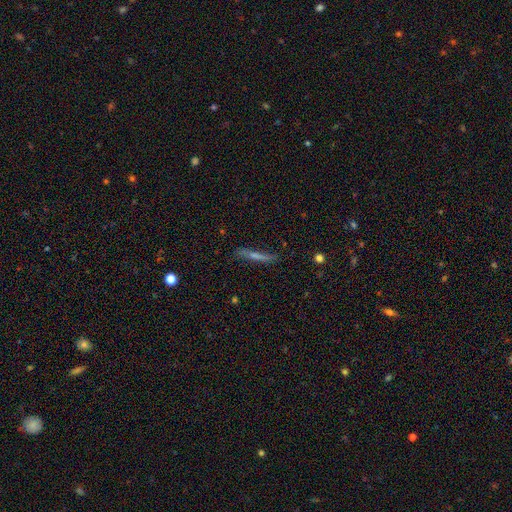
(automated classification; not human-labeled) Smooth or featured?
  - featured or disk: 51% *
  - smooth: 38%
  - star or artifact: 11%
Edge-on disk?
  - yes: 89% *
  - no: 11%
Merging?
  - none: 78% *
  - minor disturbance: 16%
  - major disturbance: 4%
  - merger: 2%